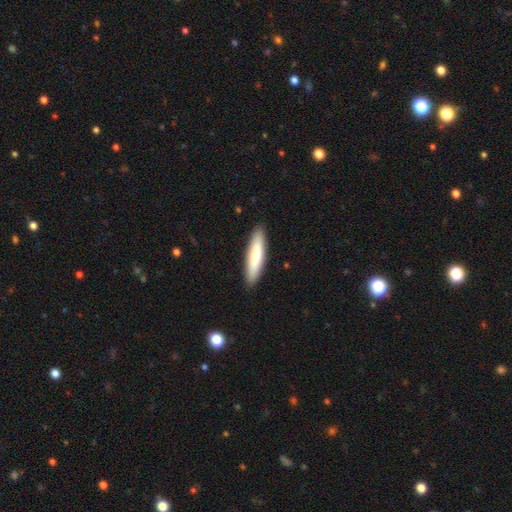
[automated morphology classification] This is likely a smooth galaxy (75%). How rounded: likely cigar-shaped (77%). Merging: clearly none (91%).